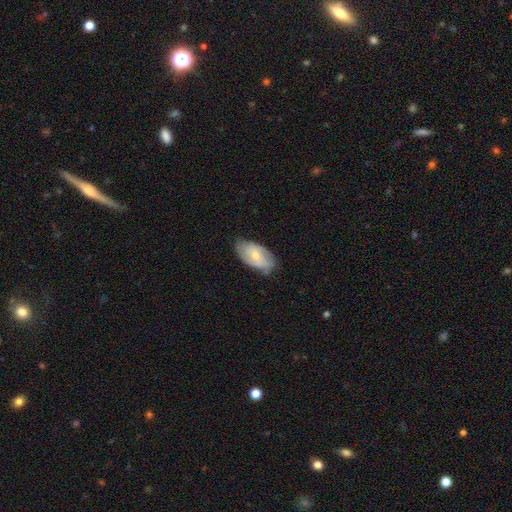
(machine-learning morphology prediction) Q: Smooth or featured?
A: featured or disk (48%); runner-up: smooth (46%)
Q: Merging?
A: none (67%); runner-up: minor disturbance (27%)